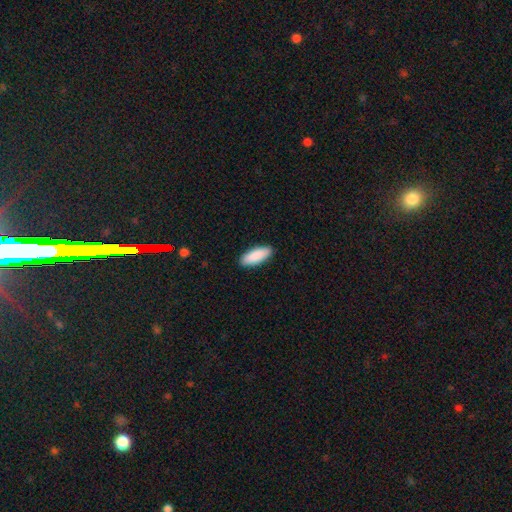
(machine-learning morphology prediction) type=smooth (90%); roundness=in between (72%); merging=none (90%).